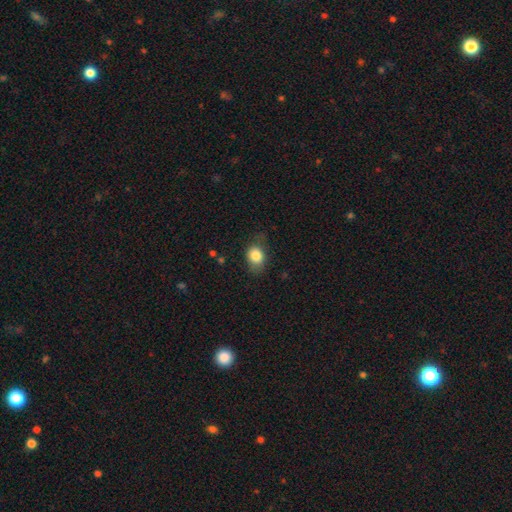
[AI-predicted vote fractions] The model was most divided on "how rounded": in between: 62%, round: 37%, cigar-shaped: 1%. More confident: smooth or featured — smooth (83%); merging — none (66%).